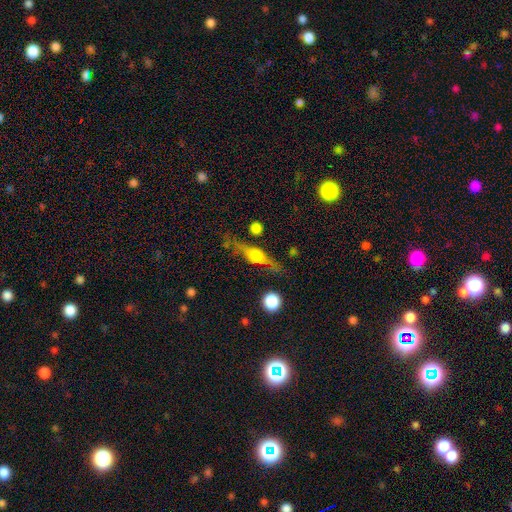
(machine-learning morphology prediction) Overall: featured or disk (75%). Edge-on disk: yes (93%). Edge-on bulge: rounded (90%). Merging: none (77%).